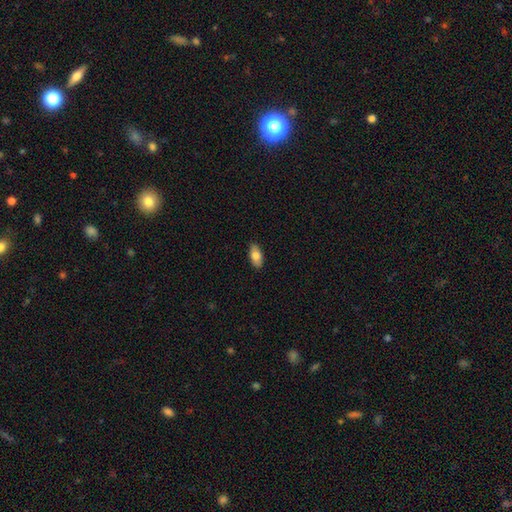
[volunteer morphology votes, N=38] Smooth or featured? smooth (84%)
How rounded? in between (94%)
Merging? none (89%)